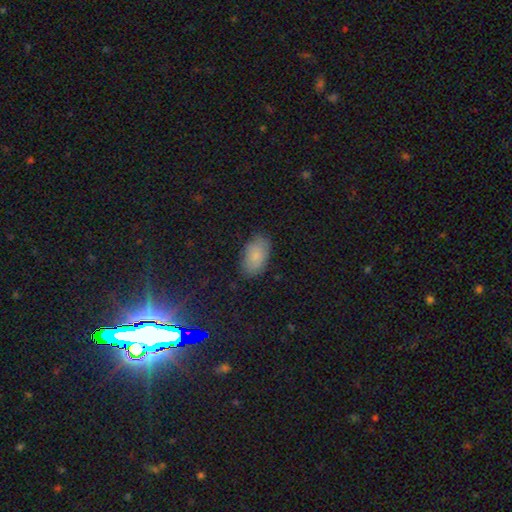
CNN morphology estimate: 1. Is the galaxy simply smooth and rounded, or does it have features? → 82% smooth, 9% star or artifact, 9% featured or disk.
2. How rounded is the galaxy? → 93% in between, 5% round, 2% cigar-shaped.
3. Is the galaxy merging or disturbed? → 83% none, 13% minor disturbance, 3% major disturbance, 1% merger.